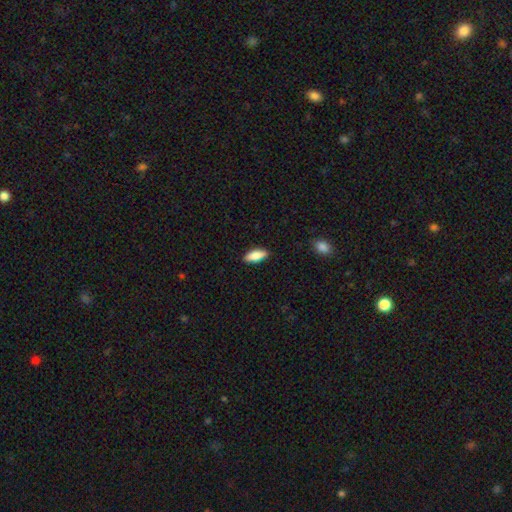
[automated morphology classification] smooth-or-featured: smooth: 87% | featured or disk: 7% | star or artifact: 6%
  how-rounded: in between: 78% | cigar-shaped: 20% | round: 2%
  merging: none: 88% | minor disturbance: 9% | major disturbance: 2% | merger: 1%